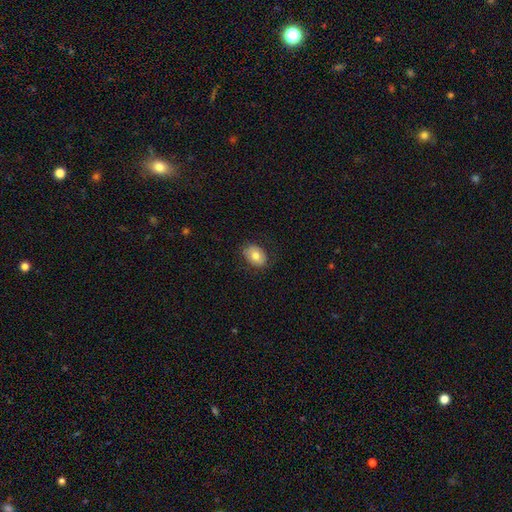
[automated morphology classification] A smooth galaxy with no disk features (75%) that is in between round and cigar-shaped (74%).

Vote fractions:
- Smooth or featured? smooth: 75% / featured or disk: 18% / star or artifact: 7%
- How rounded? in between: 74% / round: 25% / cigar-shaped: 1%
- Merging? none: 79% / minor disturbance: 16% / major disturbance: 5% / merger: 1%